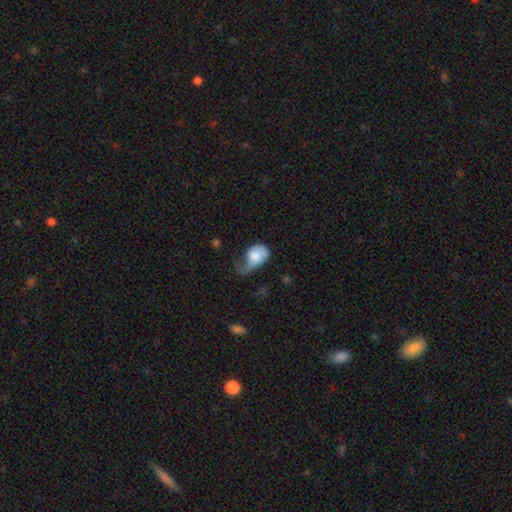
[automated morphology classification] Overall: smooth (66%; featured or disk 27%). How rounded: in between (65%; round 34%). Merging: major disturbance (53%; minor disturbance 28%).